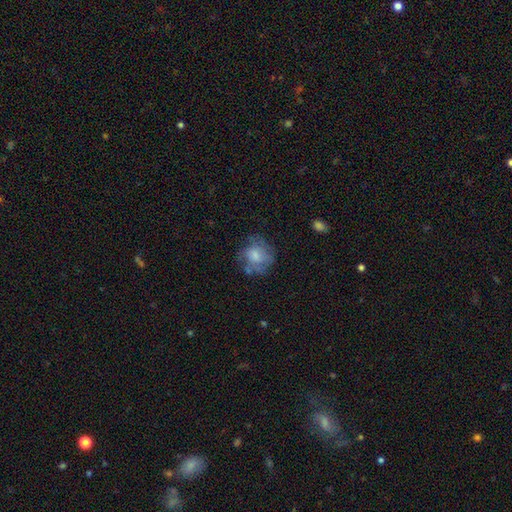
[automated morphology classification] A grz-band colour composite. It shows a smooth galaxy with no disk features (52%) that is round (76%). Merging: none (57%).